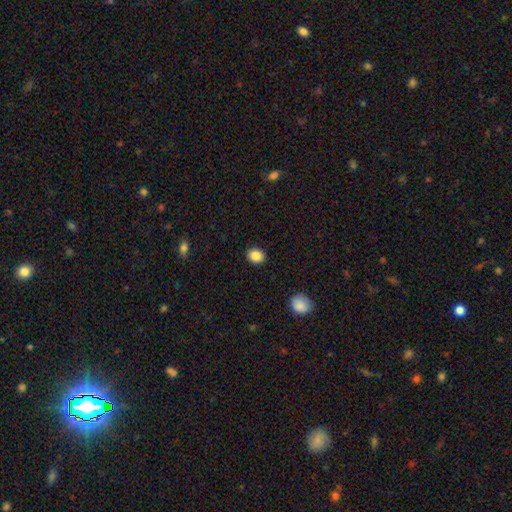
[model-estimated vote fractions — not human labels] A smooth galaxy with no disk features (87%) that is round (53%).

Vote fractions:
- Smooth or featured? smooth: 87% / star or artifact: 9% / featured or disk: 4%
- How rounded? round: 53% / in between: 46% / cigar-shaped: 1%
- Merging? none: 90% / minor disturbance: 7% / major disturbance: 2% / merger: 1%